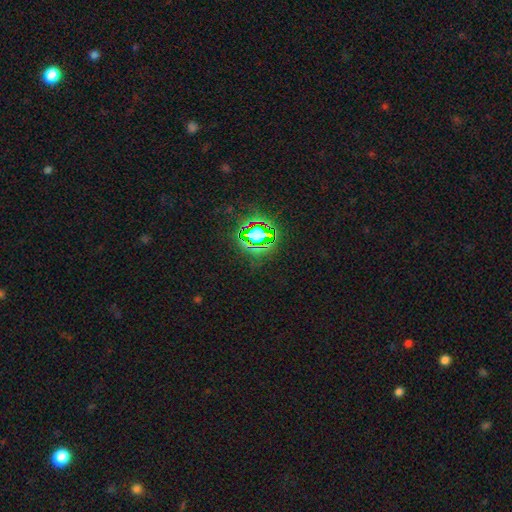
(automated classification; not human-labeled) A star or artifact, not a galaxy (80%).

Vote fractions:
- Smooth or featured? star or artifact: 80% / smooth: 13% / featured or disk: 8%